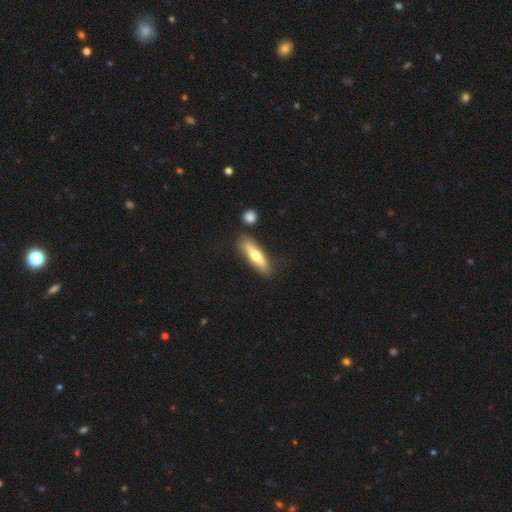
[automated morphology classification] This appears to be a smooth galaxy with no disk features (57%) that is cigar-shaped (68%). Merging: none (81%).